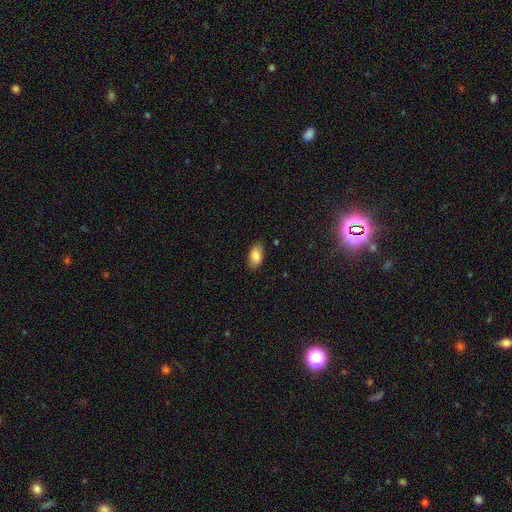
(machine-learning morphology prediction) Q: Smooth or featured?
A: smooth (84%); runner-up: featured or disk (9%)
Q: How rounded?
A: in between (92%); runner-up: round (4%)
Q: Merging?
A: none (85%); runner-up: minor disturbance (12%)